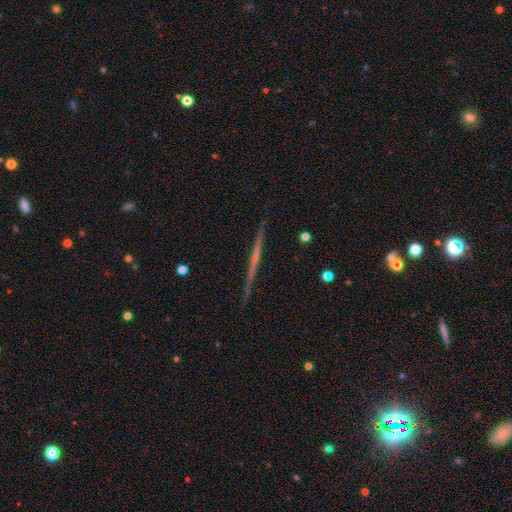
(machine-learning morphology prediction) The model was most divided on "edge-on bulge": none: 72%, rounded: 22%, boxy: 6%. More confident: edge-on disk — yes (98%); merging — none (90%); smooth or featured — featured or disk (73%).